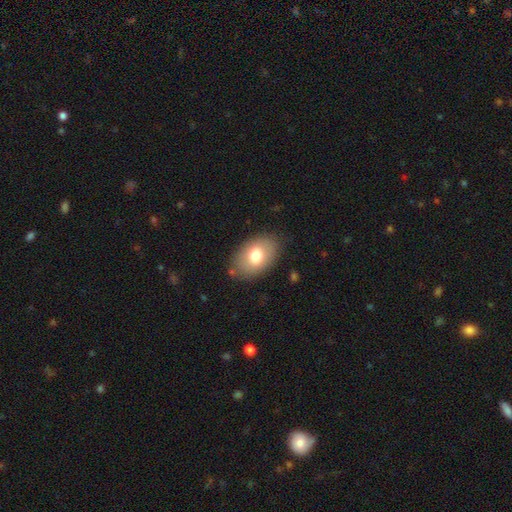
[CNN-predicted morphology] The model was most divided on "smooth or featured": smooth: 74%, featured or disk: 19%, star or artifact: 7%. More confident: how rounded — in between (88%); merging — none (81%).